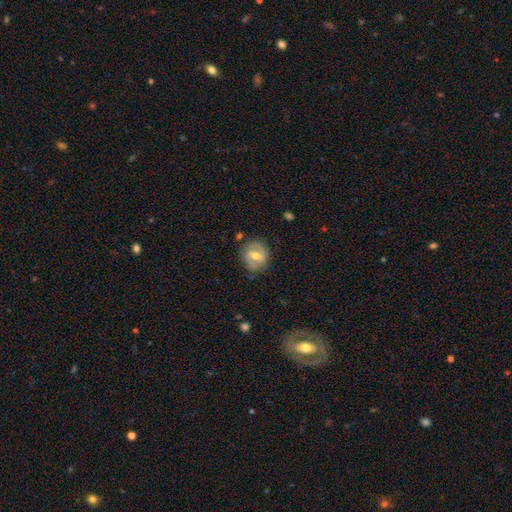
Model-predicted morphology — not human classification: This is likely a featured or disk galaxy (61%). It is clearly not viewed edge-on (96%). Bar: possibly weak (50%). Spiral arm pattern: likely yes (75%). Central bulge: likely moderate (63%). Merging: likely none (78%).